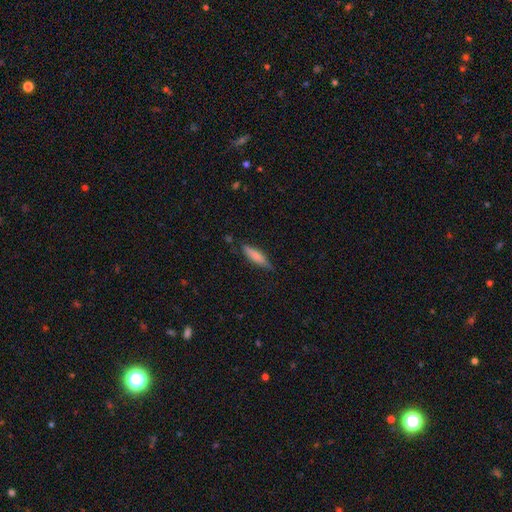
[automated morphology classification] Q: Smooth or featured?
A: smooth (74%); runner-up: featured or disk (20%)
Q: How rounded?
A: cigar-shaped (70%); runner-up: in between (29%)
Q: Merging?
A: none (75%); runner-up: minor disturbance (20%)